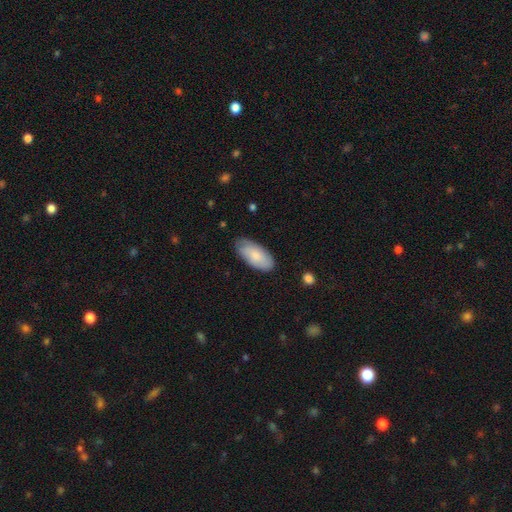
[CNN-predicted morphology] Smooth or featured?
  - smooth: 78% *
  - featured or disk: 17%
  - star or artifact: 5%
How rounded?
  - in between: 92% *
  - cigar-shaped: 6%
  - round: 2%
Merging?
  - none: 77% *
  - minor disturbance: 19%
  - major disturbance: 3%
  - merger: 1%